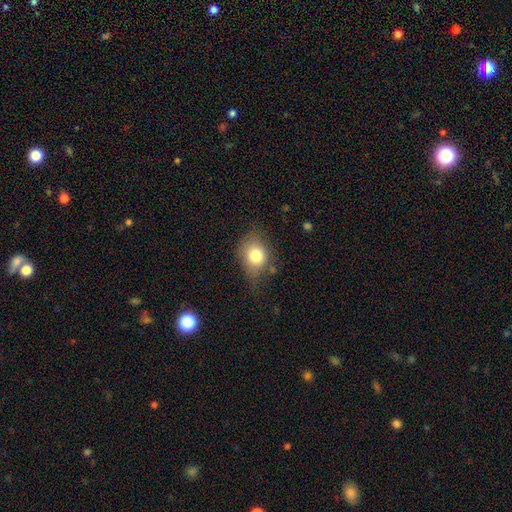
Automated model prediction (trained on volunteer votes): Q: Smooth or featured?
A: smooth (78%); runner-up: featured or disk (13%)
Q: How rounded?
A: in between (54%); runner-up: round (45%)
Q: Merging?
A: none (57%); runner-up: minor disturbance (30%)